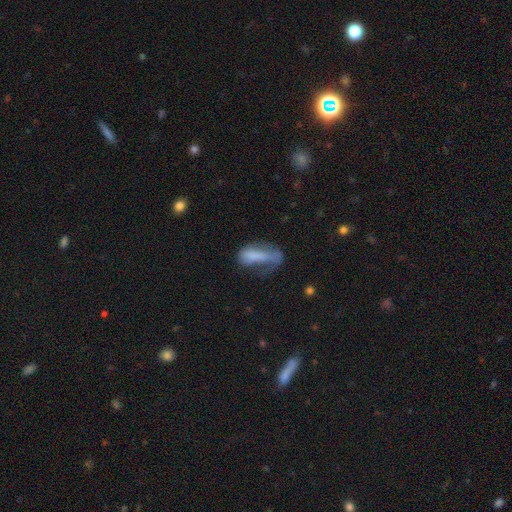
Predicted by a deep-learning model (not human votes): Smooth or featured?
  - smooth: 65% *
  - featured or disk: 24%
  - star or artifact: 11%
How rounded?
  - in between: 58% *
  - cigar-shaped: 38%
  - round: 4%
Merging?
  - major disturbance: 45% *
  - minor disturbance: 24%
  - none: 24%
  - merger: 7%